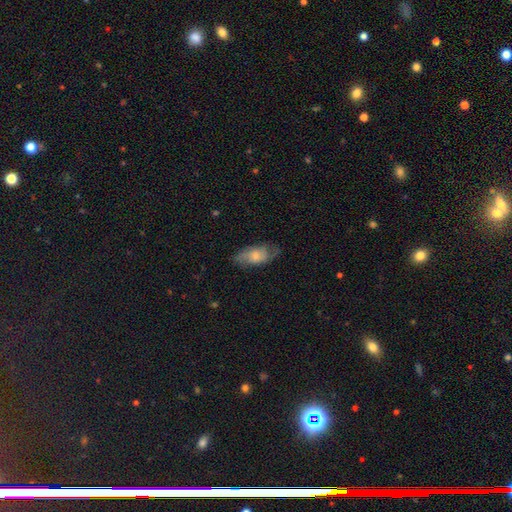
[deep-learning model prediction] smooth-or-featured: smooth: 50% | featured or disk: 43% | star or artifact: 7%
  how-rounded: in between: 86% | cigar-shaped: 9% | round: 5%
  merging: none: 64% | minor disturbance: 24% | major disturbance: 10% | merger: 1%